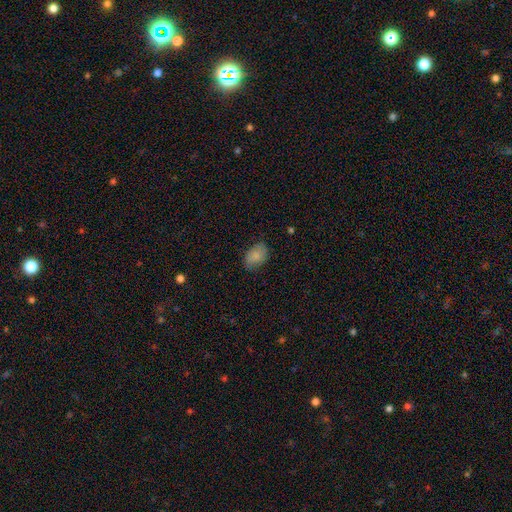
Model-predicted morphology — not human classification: This appears to be a smooth galaxy with no disk features (83%) that is in between round and cigar-shaped (85%). Merging: none (76%).